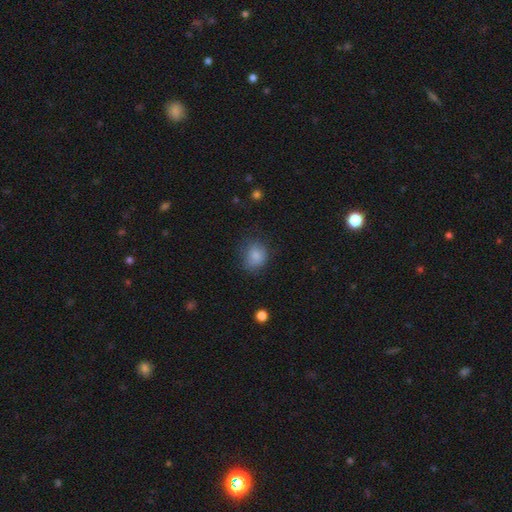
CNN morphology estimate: Smooth or featured? smooth (83%)
How rounded? round (60%)
Merging? none (68%)